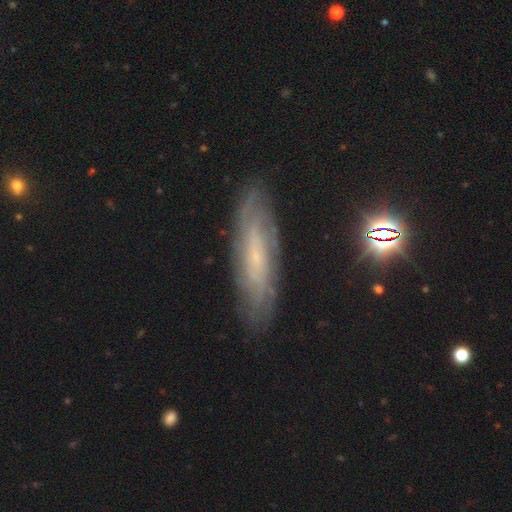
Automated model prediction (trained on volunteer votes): smooth_or_featured: featured or disk (p=0.65) [alt: smooth p=0.26]
disk_edge_on: no (p=0.67) [alt: yes p=0.33]
merging: none (p=0.83) [alt: minor disturbance p=0.12]